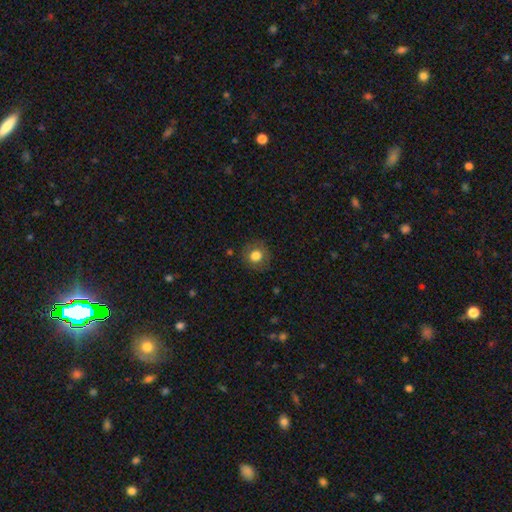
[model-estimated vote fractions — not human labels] Smooth or featured? smooth (79%)
How rounded? round (88%)
Merging? none (84%)